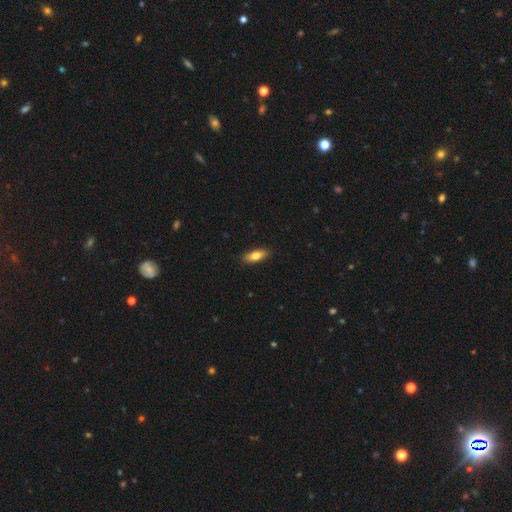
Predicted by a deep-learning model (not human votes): Smooth or featured? smooth (79%)
How rounded? in between (73%)
Merging? none (88%)